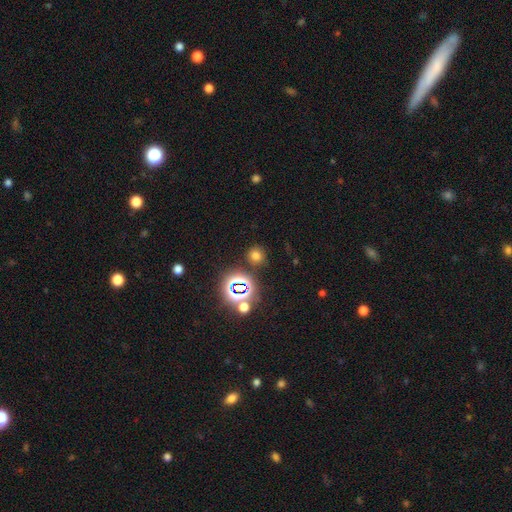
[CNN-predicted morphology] smooth-or-featured: smooth: 64% | star or artifact: 29% | featured or disk: 7%
  how-rounded: round: 87% | in between: 12% | cigar-shaped: 1%
  merging: none: 84% | minor disturbance: 8% | merger: 4% | major disturbance: 3%